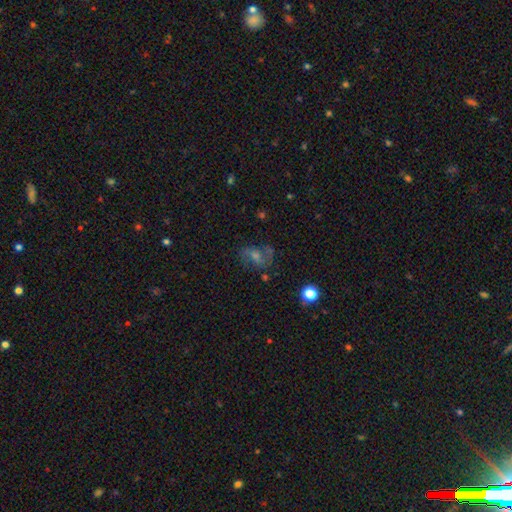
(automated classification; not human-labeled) smooth-or-featured: featured or disk: 56% | smooth: 22% | star or artifact: 22%
  disk-edge-on: no: 95% | yes: 5%
    bar: weak: 44% | no: 42% | strong: 13%
    has-spiral-arms: yes: 82% | no: 18%
    bulge-size: moderate: 45% | small: 35% | none: 9% | large: 8% | dominant: 2%
  merging: none: 67% | minor disturbance: 17% | major disturbance: 13% | merger: 3%